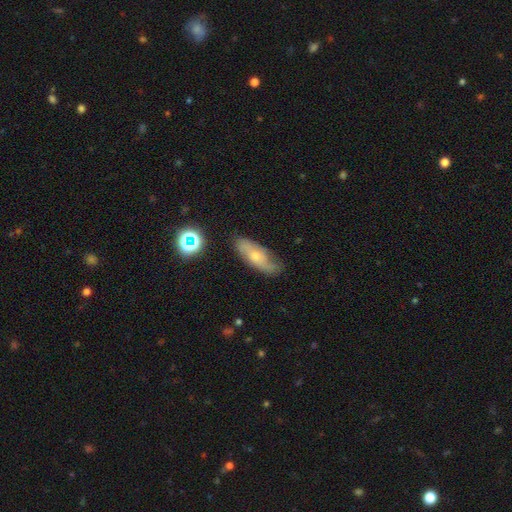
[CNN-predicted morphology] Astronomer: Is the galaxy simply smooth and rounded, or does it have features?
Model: featured or disk — 46% (runner-up: smooth, 45%).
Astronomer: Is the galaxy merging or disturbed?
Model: none — 65%.